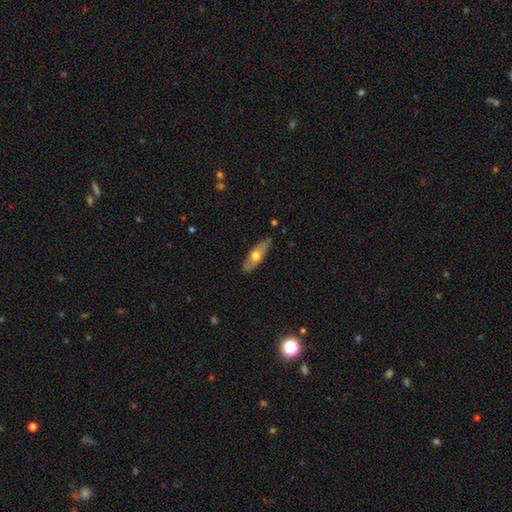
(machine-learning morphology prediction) Overall: smooth (50%; featured or disk 45%). How rounded: in between (58%; cigar-shaped 39%). Merging: none (79%).